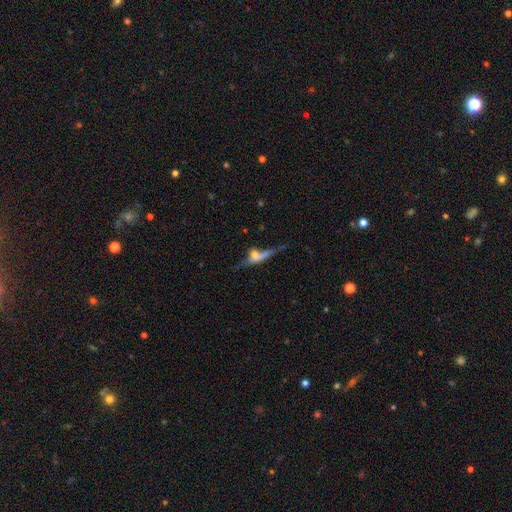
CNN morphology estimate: smooth_or_featured: featured or disk (p=0.51) [alt: smooth p=0.37]
disk_edge_on: yes (p=0.69) [alt: no p=0.31]
merging: none (p=0.35) [alt: major disturbance p=0.25]